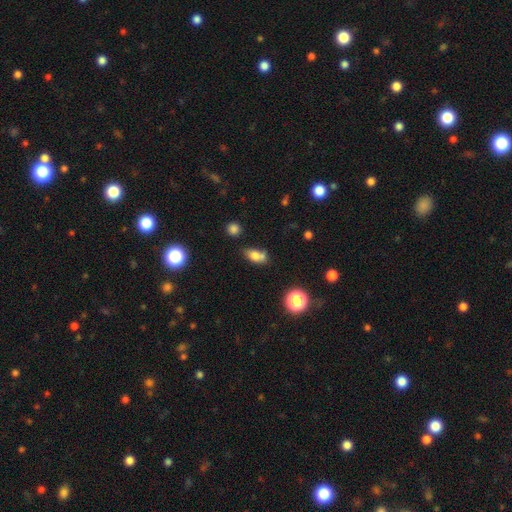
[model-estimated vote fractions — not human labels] This appears to be a smooth galaxy with no disk features (73%) that is in between round and cigar-shaped (75%). Merging: none (44%).